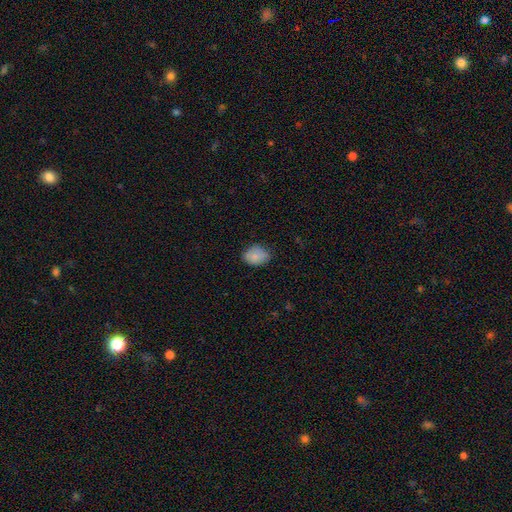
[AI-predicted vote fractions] This is clearly a smooth galaxy (83%). How rounded: likely in between (64%). Merging: likely none (72%).